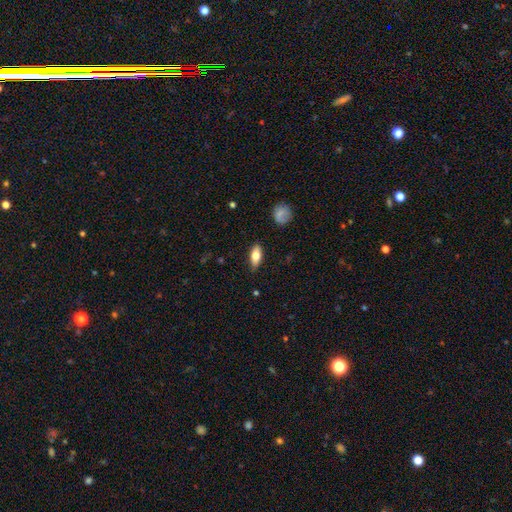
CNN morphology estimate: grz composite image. It shows a smooth galaxy with no disk features (72%) that is in between round and cigar-shaped (83%). Merging: none (84%).